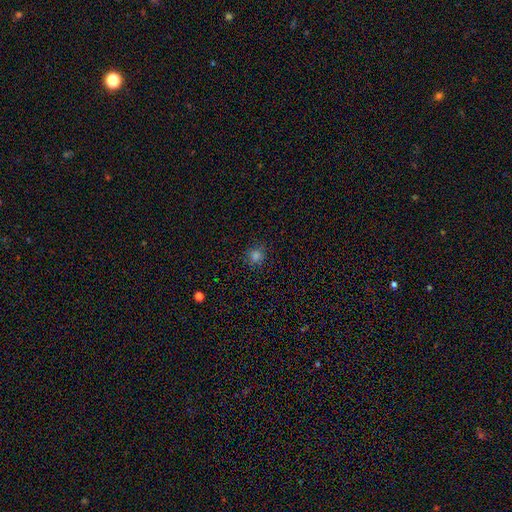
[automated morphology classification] type=smooth (72%); roundness=round (87%); merging=none (87%).